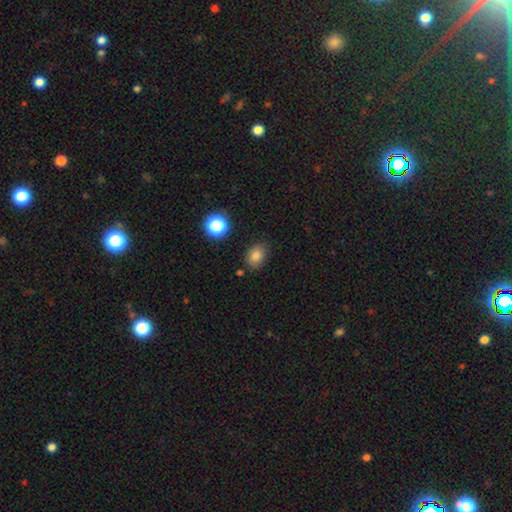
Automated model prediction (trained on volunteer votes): Smooth or featured: smooth — 80% (star or artifact — 13%)
How rounded: in between — 67% (round — 32%)
Merging: none — 80% (minor disturbance — 14%)